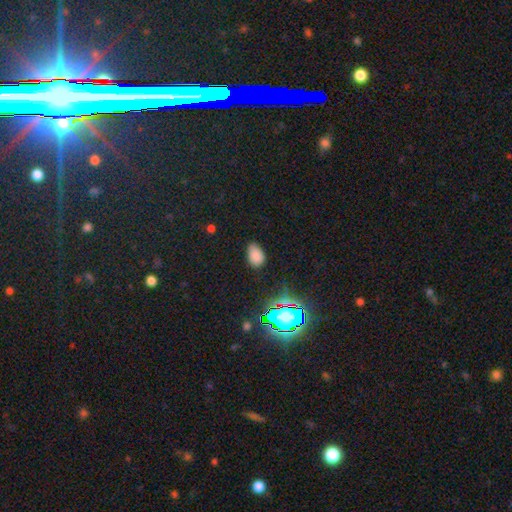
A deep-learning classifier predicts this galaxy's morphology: A smooth galaxy with no disk features (77%) that is in between round and cigar-shaped (88%).

Vote fractions:
- Smooth or featured? smooth: 77% / star or artifact: 17% / featured or disk: 5%
- How rounded? in between: 88% / round: 11% / cigar-shaped: 1%
- Merging? none: 72% / minor disturbance: 22% / major disturbance: 5% / merger: 2%